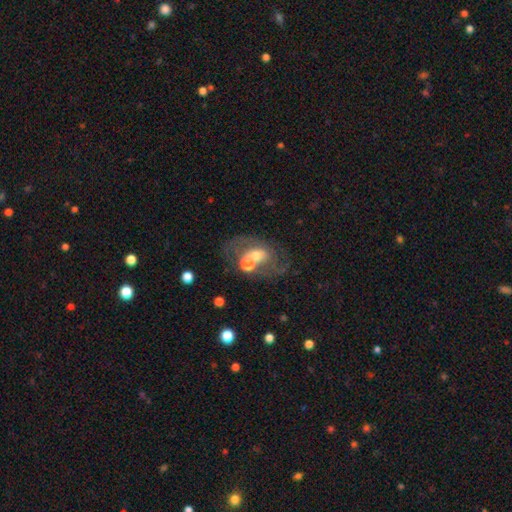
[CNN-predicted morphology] Smooth or featured? Predicted: featured or disk (p=0.58). Edge-on disk? Predicted: no (p=0.95). Bar? Predicted: no (p=0.68). Spiral arms? Predicted: yes (p=0.58). Bulge size? Predicted: moderate (p=0.58). Merging? Predicted: none (p=0.47).